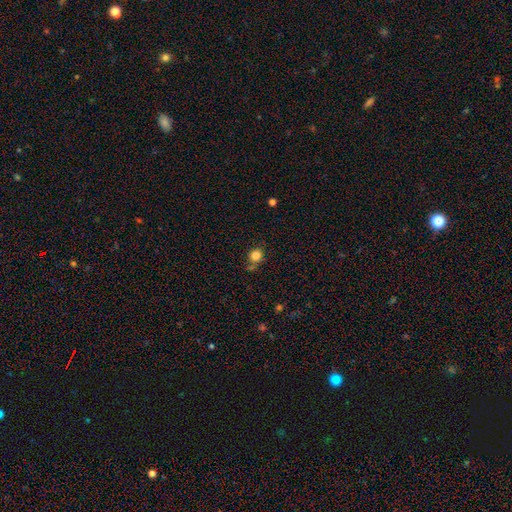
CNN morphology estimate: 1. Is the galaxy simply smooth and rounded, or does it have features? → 83% smooth, 11% star or artifact, 6% featured or disk.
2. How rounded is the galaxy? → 81% round, 18% in between, 1% cigar-shaped.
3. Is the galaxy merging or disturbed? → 68% none, 15% minor disturbance, 12% merger, 5% major disturbance.